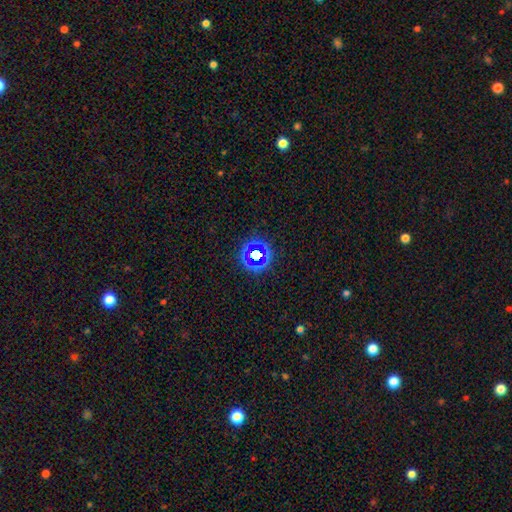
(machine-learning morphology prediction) Smooth or featured? star or artifact (60%)